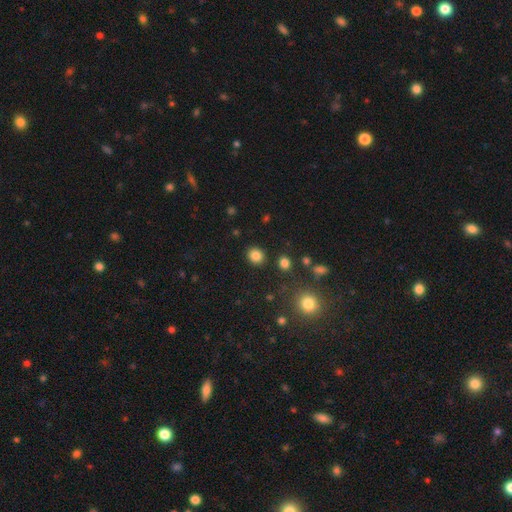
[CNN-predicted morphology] Smooth or featured? Predicted: smooth (p=0.84). How rounded? Predicted: round (p=0.78). Merging? Predicted: none (p=0.88).